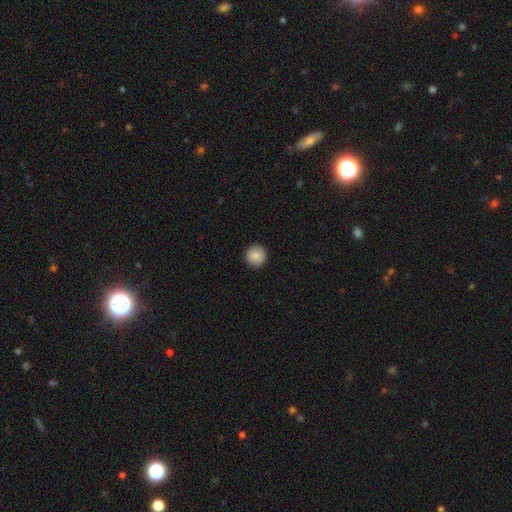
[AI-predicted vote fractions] A smooth galaxy with no disk features (86%) that is round (95%).

Vote fractions:
- Smooth or featured? smooth: 86% / star or artifact: 8% / featured or disk: 6%
- How rounded? round: 95% / in between: 4% / cigar-shaped: 1%
- Merging? none: 91% / minor disturbance: 6% / major disturbance: 2% / merger: 1%